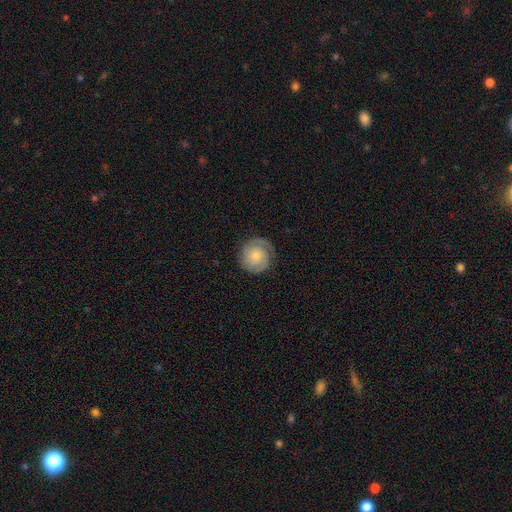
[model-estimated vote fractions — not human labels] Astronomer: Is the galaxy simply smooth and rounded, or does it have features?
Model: featured or disk — 54% (runner-up: smooth, 39%).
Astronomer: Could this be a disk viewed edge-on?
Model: no — 98%.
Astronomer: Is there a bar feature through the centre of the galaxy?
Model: no — 78%.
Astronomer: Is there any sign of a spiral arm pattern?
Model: yes — 90%.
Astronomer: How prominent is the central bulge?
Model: small — 48% (runner-up: moderate, 37%).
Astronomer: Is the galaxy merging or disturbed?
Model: none — 76%.